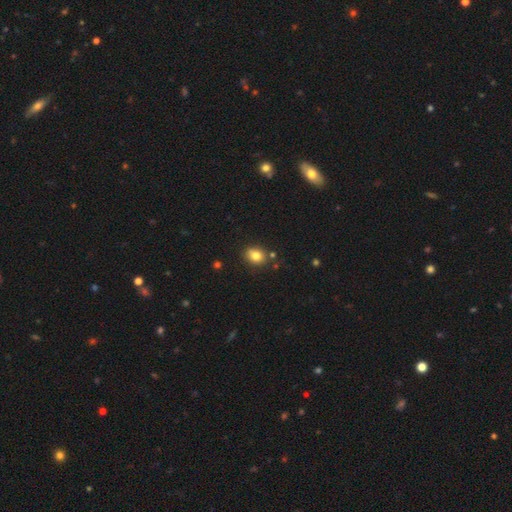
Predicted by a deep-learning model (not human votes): Smooth or featured? smooth (82%)
How rounded? in between (50%)
Merging? none (79%)